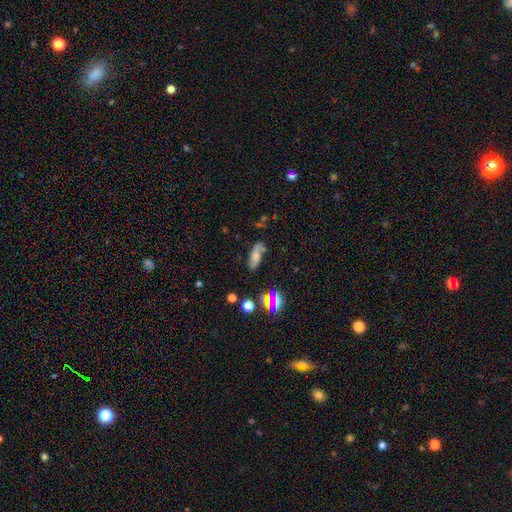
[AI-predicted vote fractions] smooth_or_featured: smooth (p=0.54) [alt: featured or disk p=0.29]
how_rounded: in between (p=0.70) [alt: cigar-shaped p=0.24]
merging: none (p=0.59) [alt: minor disturbance p=0.22]